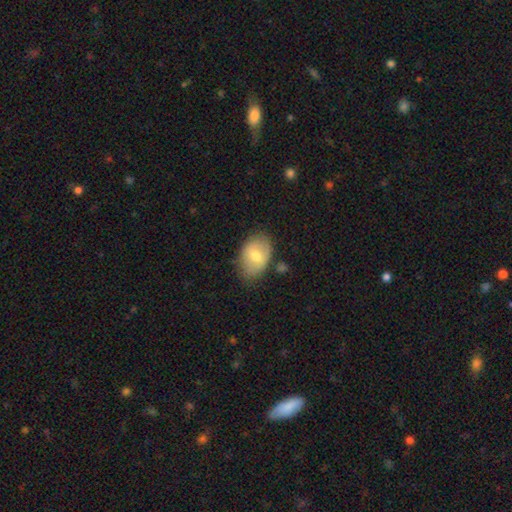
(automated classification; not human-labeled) smooth-or-featured: smooth: 66% | featured or disk: 27% | star or artifact: 7%
  how-rounded: in between: 82% | round: 17% | cigar-shaped: 1%
  merging: none: 72% | minor disturbance: 21% | major disturbance: 4% | merger: 3%